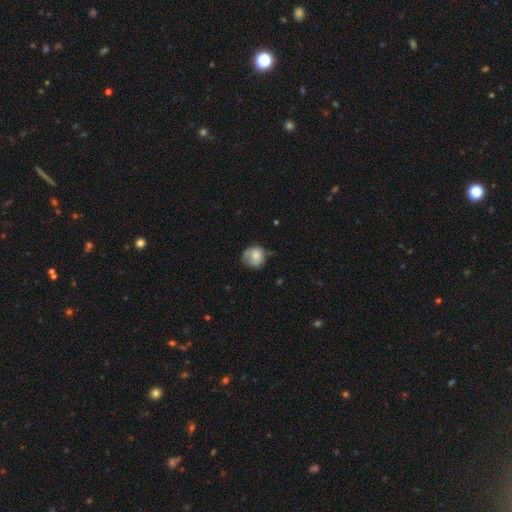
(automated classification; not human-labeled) Q: Smooth or featured?
A: smooth (74%); runner-up: featured or disk (18%)
Q: How rounded?
A: round (82%); runner-up: in between (17%)
Q: Merging?
A: none (56%); runner-up: minor disturbance (31%)